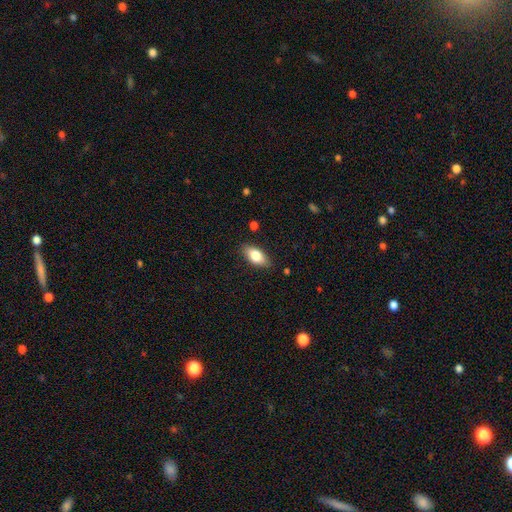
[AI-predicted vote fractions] smooth-or-featured: smooth: 77% | featured or disk: 16% | star or artifact: 7%
  how-rounded: in between: 88% | cigar-shaped: 8% | round: 4%
  merging: none: 84% | minor disturbance: 13% | major disturbance: 3% | merger: 1%